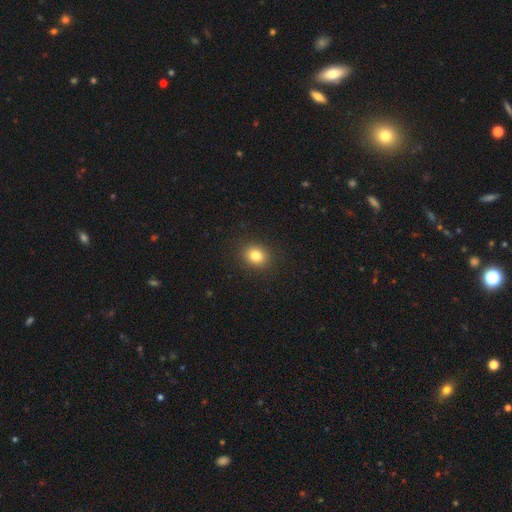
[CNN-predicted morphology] This appears to be a smooth galaxy with no disk features (81%) that is round (70%). Merging: none (91%).